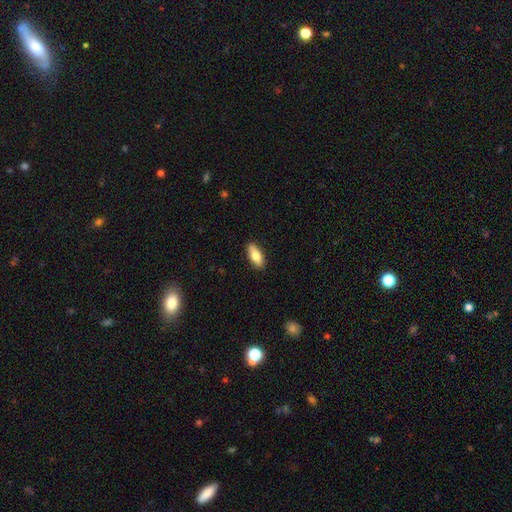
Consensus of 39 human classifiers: Q: Smooth or featured?
A: smooth (79%); runner-up: featured or disk (18%)
Q: How rounded?
A: in between (81%); runner-up: cigar-shaped (19%)
Q: Merging?
A: none (89%); runner-up: minor disturbance (8%)